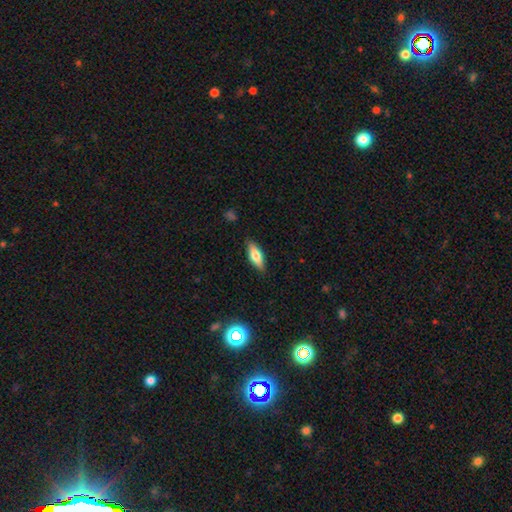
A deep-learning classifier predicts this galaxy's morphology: type=smooth (65%); roundness=in between (60%); merging=none (87%).